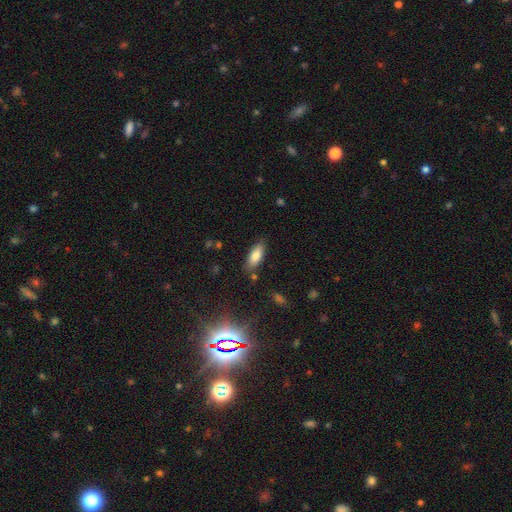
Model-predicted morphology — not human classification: This is likely a smooth galaxy (79%). How rounded: clearly in between (80%). Merging: clearly none (81%).